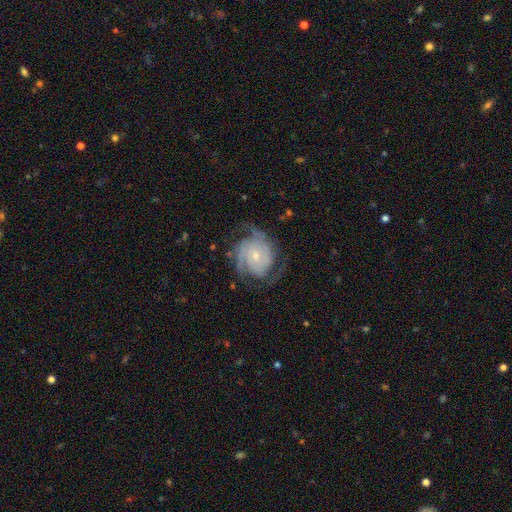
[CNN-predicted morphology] A featured or disk galaxy (89%) with no bar (72%), 2 (45%) tight (56%) spiral arms (97%) and a small central bulge (68%).

Vote fractions:
- Smooth or featured? featured or disk: 89% / smooth: 6% / star or artifact: 5%
- Edge-on disk? no: 98% / yes: 2%
- Bar? no: 72% / weak: 22% / strong: 5%
- Spiral arms? yes: 97% / no: 3%
- Spiral winding? tight: 56% / medium: 36% / loose: 9%
- Spiral arm count? 2: 45% / 3: 28% / can't tell: 12% / 4: 6% / 1: 4% / more than 4: 4%
- Bulge size? small: 68% / moderate: 26% / none: 2% / large: 2% / dominant: 1%
- Merging? none: 69% / minor disturbance: 18% / major disturbance: 12% / merger: 1%